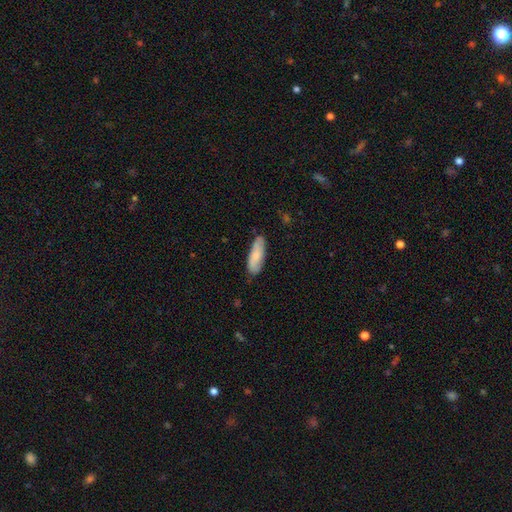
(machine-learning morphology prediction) Smooth or featured: smooth — 80% (featured or disk — 15%)
How rounded: in between — 59% (cigar-shaped — 40%)
Merging: none — 81% (minor disturbance — 16%)